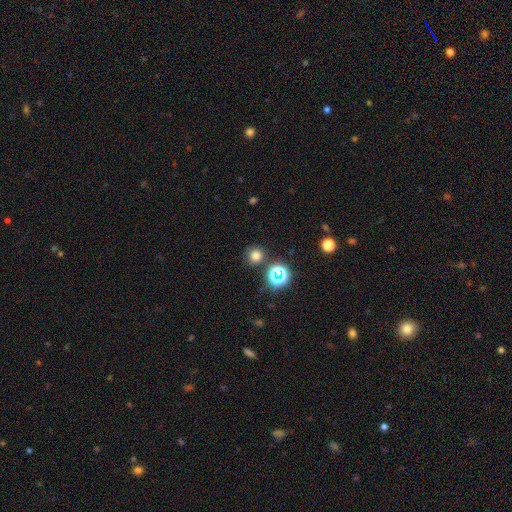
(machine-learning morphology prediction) Smooth or featured?
  - smooth: 72% *
  - star or artifact: 22%
  - featured or disk: 6%
How rounded?
  - round: 93% *
  - in between: 6%
  - cigar-shaped: 1%
Merging?
  - none: 83% *
  - minor disturbance: 8%
  - merger: 6%
  - major disturbance: 3%